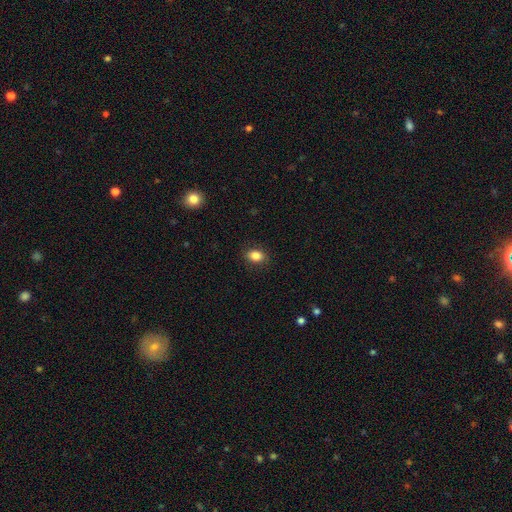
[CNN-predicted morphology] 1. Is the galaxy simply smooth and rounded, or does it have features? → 85% smooth, 9% star or artifact, 6% featured or disk.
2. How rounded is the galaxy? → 73% in between, 25% round, 1% cigar-shaped.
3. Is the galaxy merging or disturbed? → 87% none, 9% minor disturbance, 2% major disturbance, 1% merger.